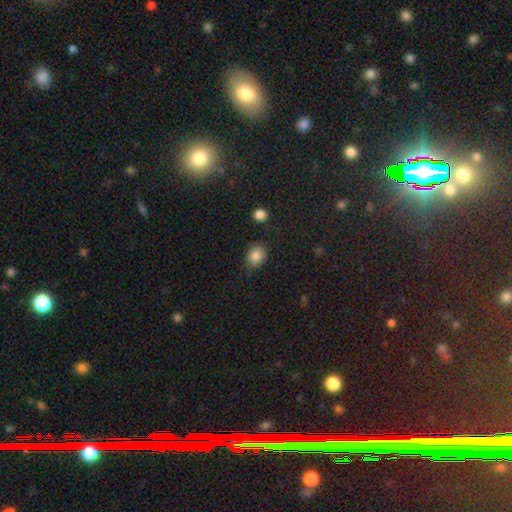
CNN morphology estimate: smooth_or_featured: smooth (p=0.85) [alt: star or artifact p=0.10]
how_rounded: round (p=0.54) [alt: in between p=0.45]
merging: none (p=0.80) [alt: minor disturbance p=0.15]